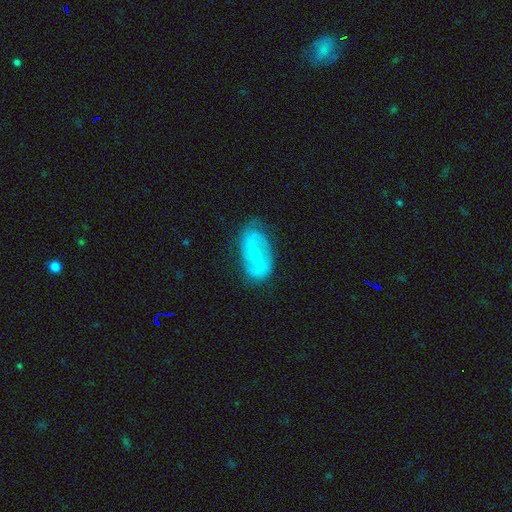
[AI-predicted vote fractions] The model was most divided on "bar": weak: 41%, no: 38%, strong: 21%. Remaining: edge-on disk — no (95%); spiral arms — yes (85%); spiral arm count — 2 (81%); bulge size — small (76%); smooth or featured — featured or disk (75%); merging — none (71%); spiral winding — medium (44%).